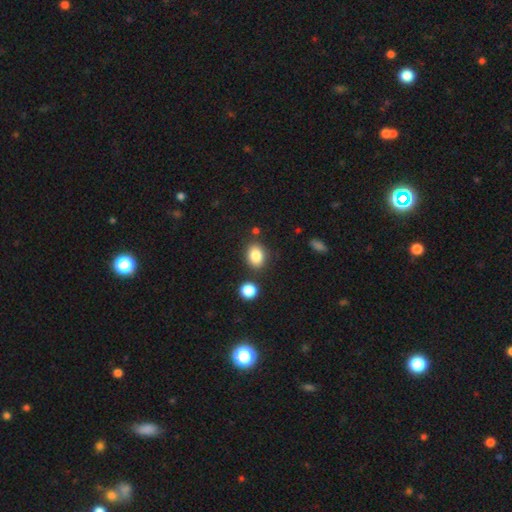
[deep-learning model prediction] Overall: smooth (84%). How rounded: in between (60%; round 39%). Merging: none (80%).